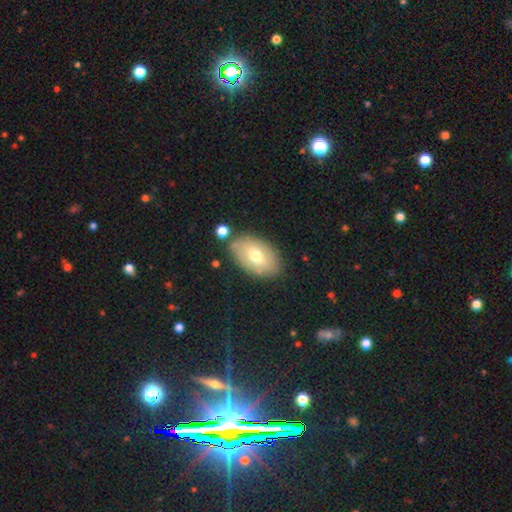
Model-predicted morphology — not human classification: Smooth or featured?
  - smooth: 64% *
  - featured or disk: 28%
  - star or artifact: 8%
How rounded?
  - in between: 91% *
  - round: 8%
  - cigar-shaped: 1%
Merging?
  - none: 76% *
  - minor disturbance: 14%
  - merger: 6%
  - major disturbance: 4%